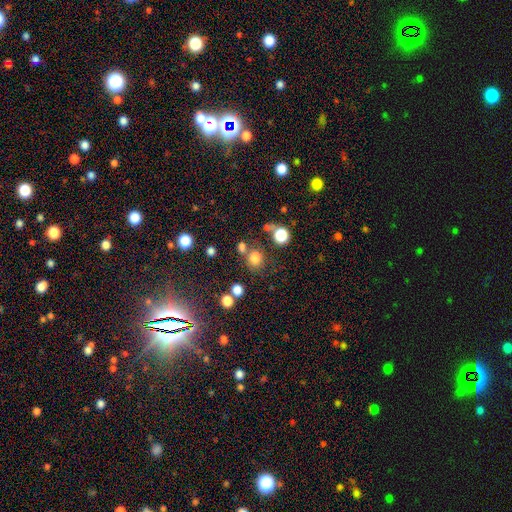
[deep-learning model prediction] Morphology: type=smooth (77%); roundness=round (69%); merging=none (62%).